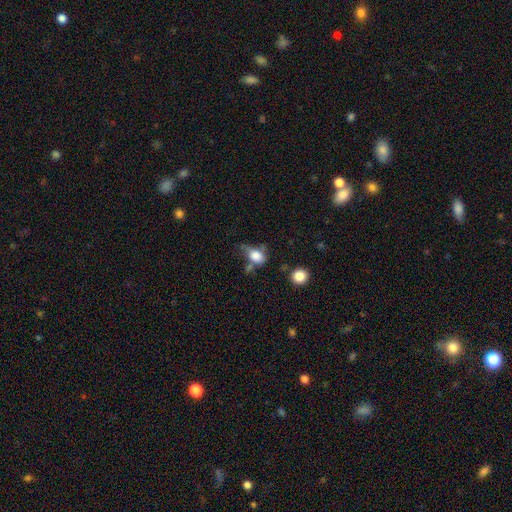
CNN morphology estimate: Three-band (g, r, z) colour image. It shows a smooth galaxy with no disk features (76%) that is in between round and cigar-shaped (69%). Merging: minor disturbance (31%).